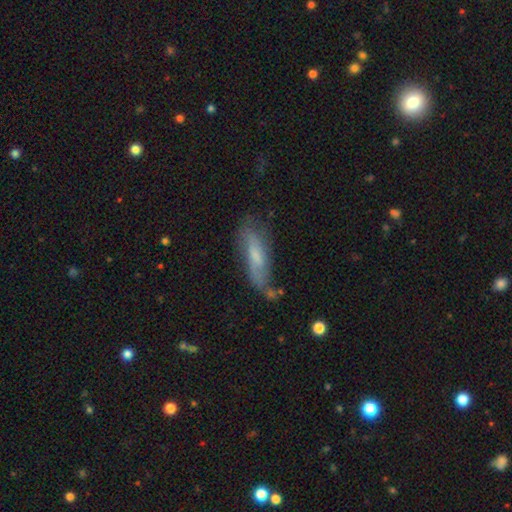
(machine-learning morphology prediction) Smooth or featured? smooth (53%)
How rounded? cigar-shaped (57%)
Merging? none (57%)